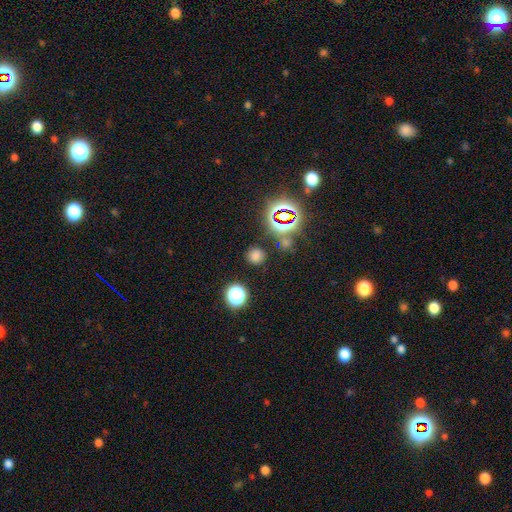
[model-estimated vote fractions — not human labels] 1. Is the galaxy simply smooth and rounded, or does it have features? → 67% smooth, 28% star or artifact, 5% featured or disk.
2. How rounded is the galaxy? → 87% round, 12% in between, 1% cigar-shaped.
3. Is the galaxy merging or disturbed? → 84% none, 9% minor disturbance, 4% major disturbance, 3% merger.